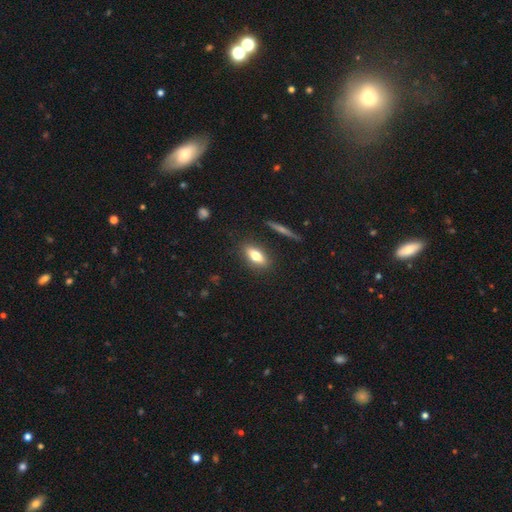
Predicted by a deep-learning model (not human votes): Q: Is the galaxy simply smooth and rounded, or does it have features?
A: smooth — 72%.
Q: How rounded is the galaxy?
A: in between — 74%.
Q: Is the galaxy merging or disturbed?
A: none — 85%.